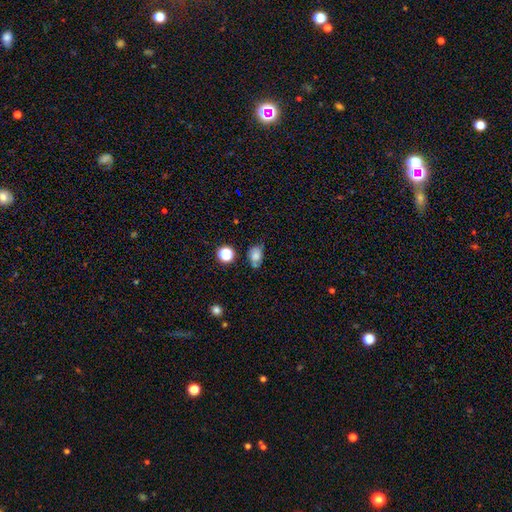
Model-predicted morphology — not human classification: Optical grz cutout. It shows a smooth galaxy with no disk features (67%) that is in between round and cigar-shaped (64%). Merging: none (54%).